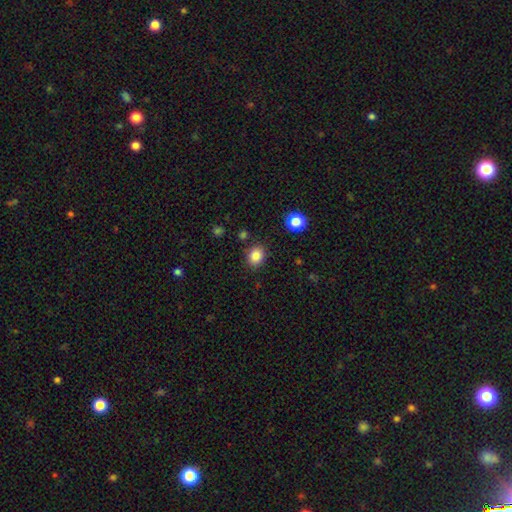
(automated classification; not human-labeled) smooth-or-featured: smooth: 84% | star or artifact: 11% | featured or disk: 5%
  how-rounded: round: 60% | in between: 39% | cigar-shaped: 1%
  merging: none: 85% | minor disturbance: 9% | major disturbance: 3% | merger: 3%